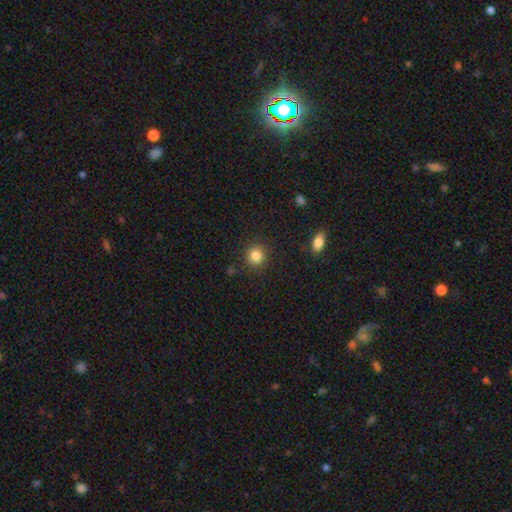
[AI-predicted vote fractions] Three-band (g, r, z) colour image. It shows a smooth galaxy with no disk features (84%) that is round (91%). Merging: none (89%).